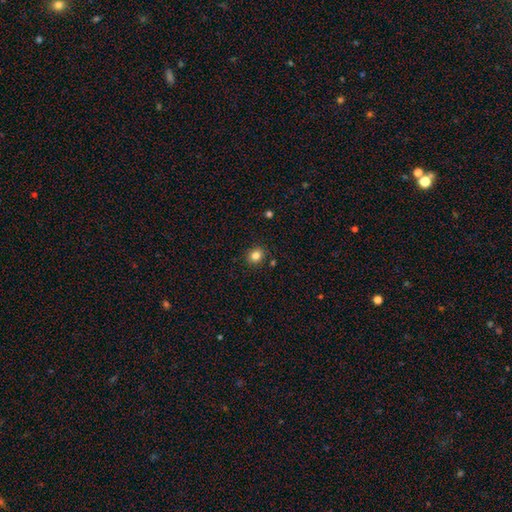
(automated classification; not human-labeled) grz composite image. It shows a smooth galaxy with no disk features (83%) that is round (71%). Merging: none (88%).